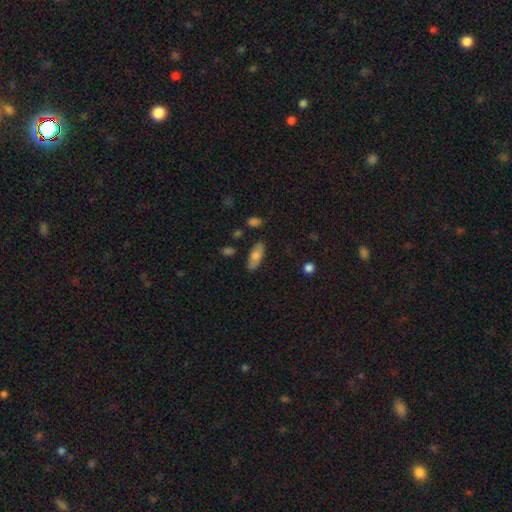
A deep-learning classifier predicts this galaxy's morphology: type=smooth (73%); roundness=in between (77%); merging=none (83%).